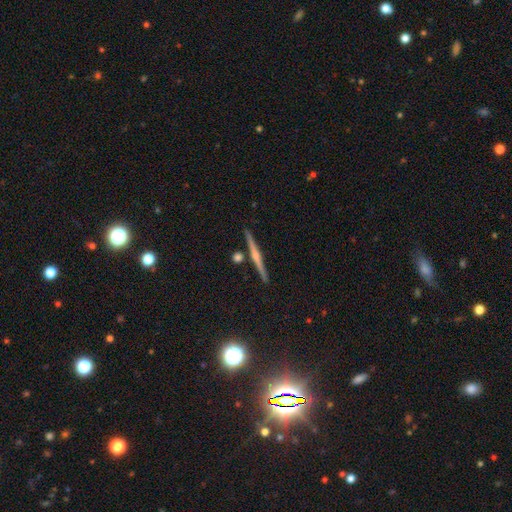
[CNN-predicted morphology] type=featured or disk (67%); edge-on=yes (98%); edge-on bulge=rounded (69%); merging=none (87%).